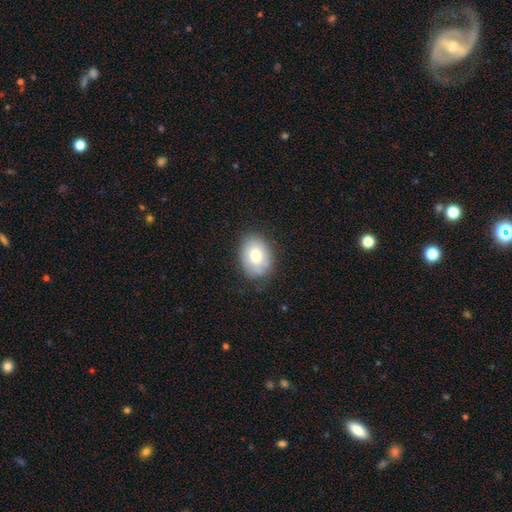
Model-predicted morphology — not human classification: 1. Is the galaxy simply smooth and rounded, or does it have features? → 74% smooth, 19% featured or disk, 8% star or artifact.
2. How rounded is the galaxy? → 66% in between, 33% round, 1% cigar-shaped.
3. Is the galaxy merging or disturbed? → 77% none, 18% minor disturbance, 4% major disturbance, 1% merger.